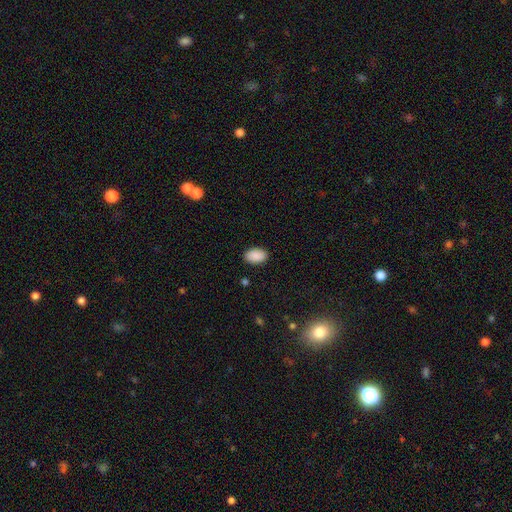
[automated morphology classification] Overall: smooth (91%). How rounded: in between (91%). Merging: none (89%).